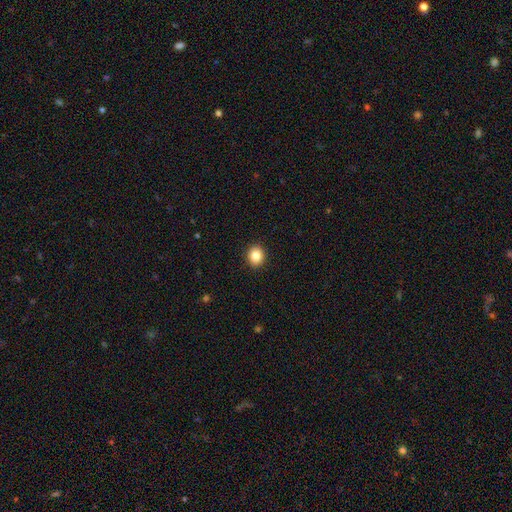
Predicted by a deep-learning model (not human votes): A smooth galaxy with no disk features (85%) that is round (75%). Merging: none (92%).